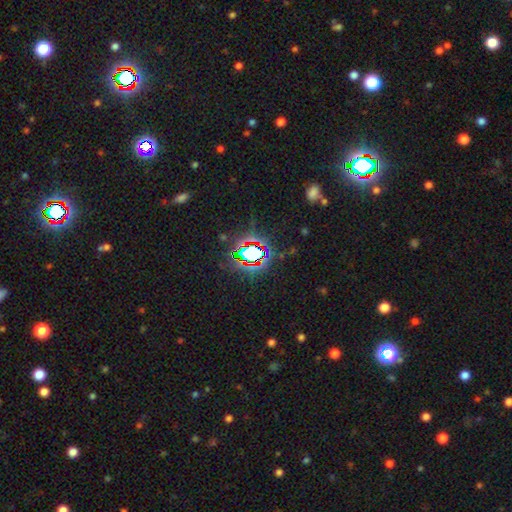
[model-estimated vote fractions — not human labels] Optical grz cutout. It shows a star or artifact, not a galaxy (72%).